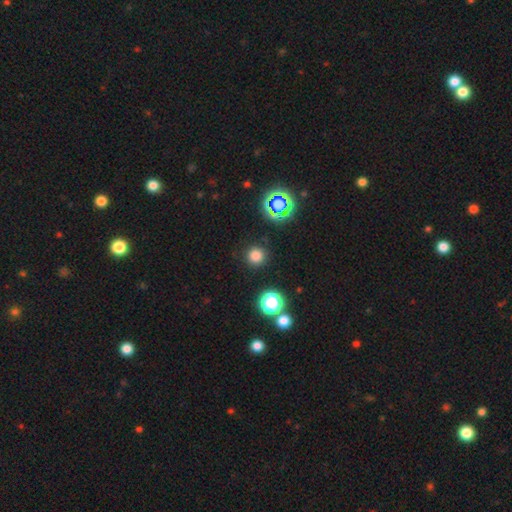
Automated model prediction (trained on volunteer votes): Smooth or featured?
  - smooth: 76% *
  - star or artifact: 19%
  - featured or disk: 5%
How rounded?
  - round: 95% *
  - in between: 4%
  - cigar-shaped: 1%
Merging?
  - none: 89% *
  - minor disturbance: 6%
  - major disturbance: 3%
  - merger: 2%